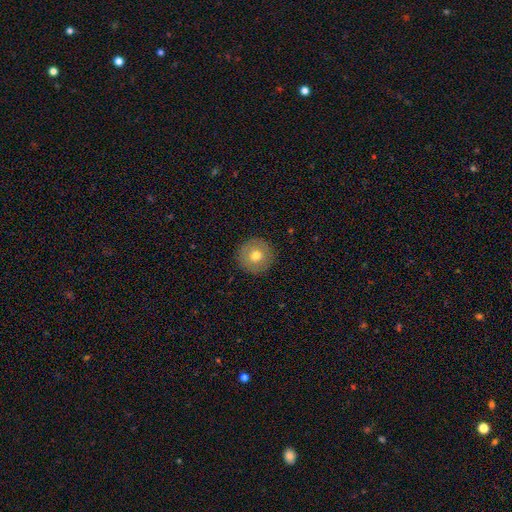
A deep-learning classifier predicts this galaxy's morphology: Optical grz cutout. It shows a smooth galaxy with no disk features (72%) that is round (96%). Merging: none (91%).